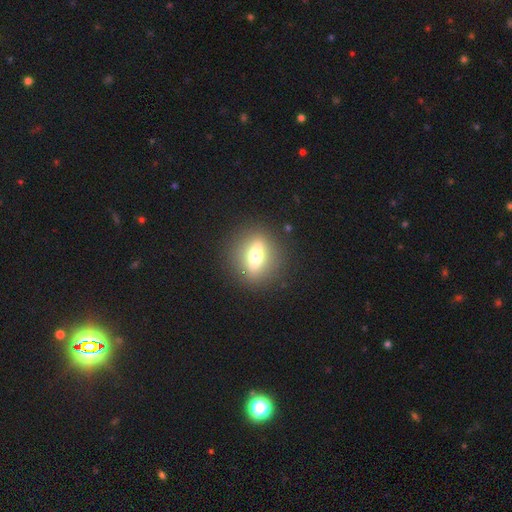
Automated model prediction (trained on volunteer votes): Overall: featured or disk (46%; smooth 43%). Merging: none (87%).